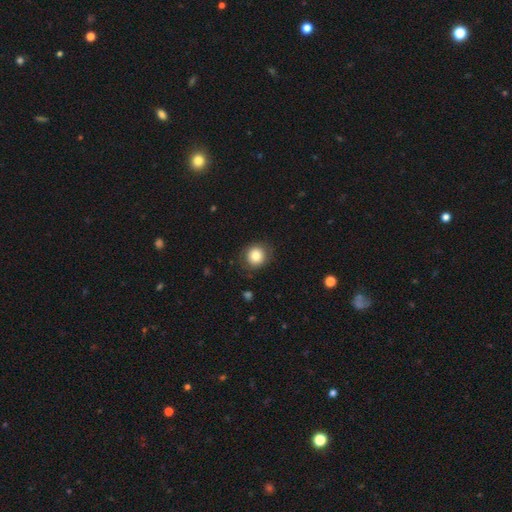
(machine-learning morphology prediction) A smooth galaxy with no disk features (81%) that is round (87%). Merging: none (84%).